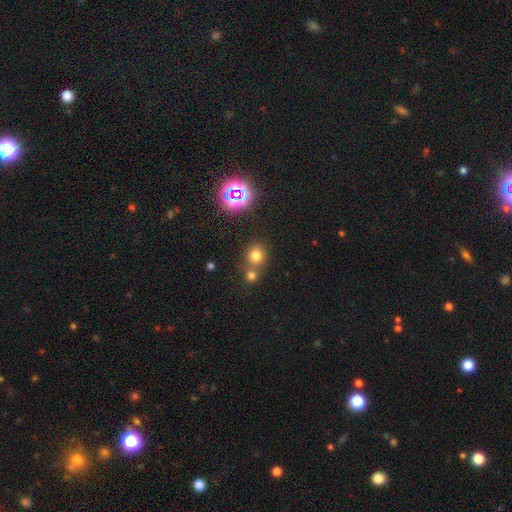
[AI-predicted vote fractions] smooth-or-featured: smooth: 72% | star or artifact: 20% | featured or disk: 7%
  how-rounded: round: 85% | in between: 14% | cigar-shaped: 1%
  merging: none: 59% | merger: 30% | minor disturbance: 8% | major disturbance: 3%